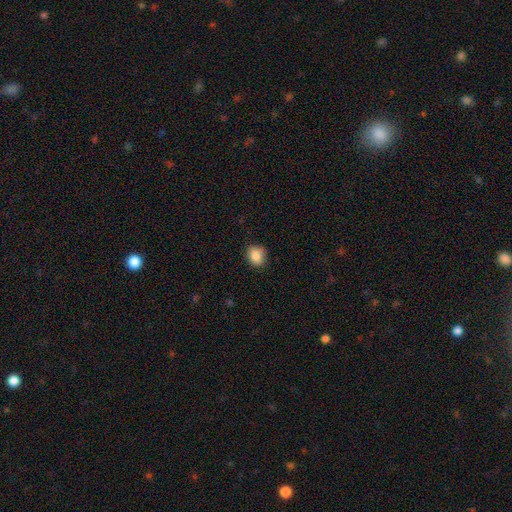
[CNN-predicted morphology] Smooth or featured? Predicted: smooth (p=0.87). How rounded? Predicted: round (p=0.59). Merging? Predicted: none (p=0.82).